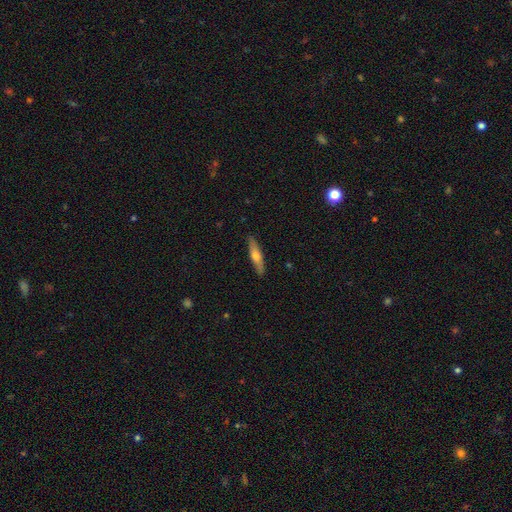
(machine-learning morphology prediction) A smooth galaxy with no disk features (49%). Merging: none (88%).